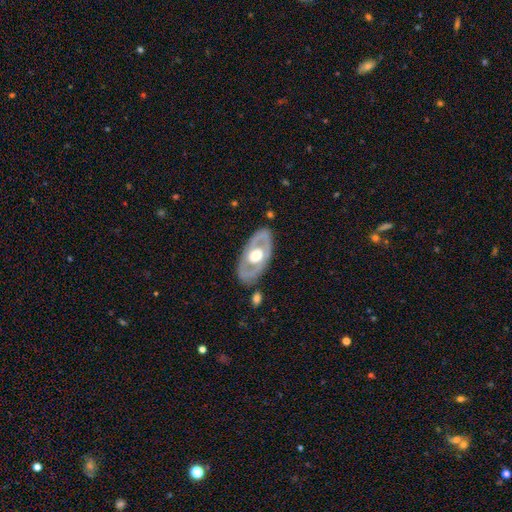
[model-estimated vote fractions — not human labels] The model was most divided on "bulge size": moderate: 57%, large: 35%, small: 5%, dominant: 2%, none: 1%. More confident: edge-on disk — no (87%); merging — none (82%); bar — no (76%); smooth or featured — featured or disk (71%); spiral arms — no (63%).